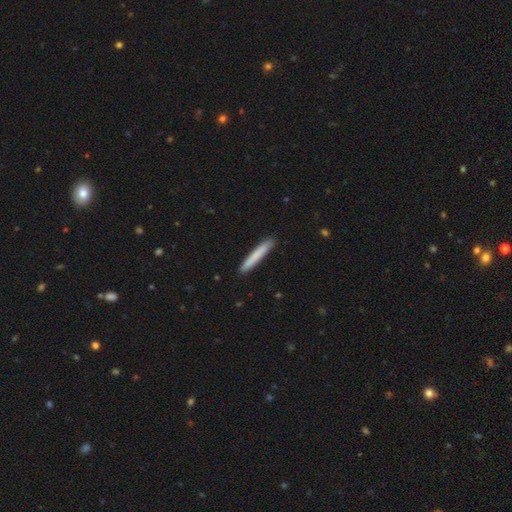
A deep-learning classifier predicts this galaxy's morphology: Q: Smooth or featured?
A: smooth (78%); runner-up: featured or disk (16%)
Q: How rounded?
A: cigar-shaped (96%); runner-up: in between (3%)
Q: Merging?
A: none (91%); runner-up: minor disturbance (7%)